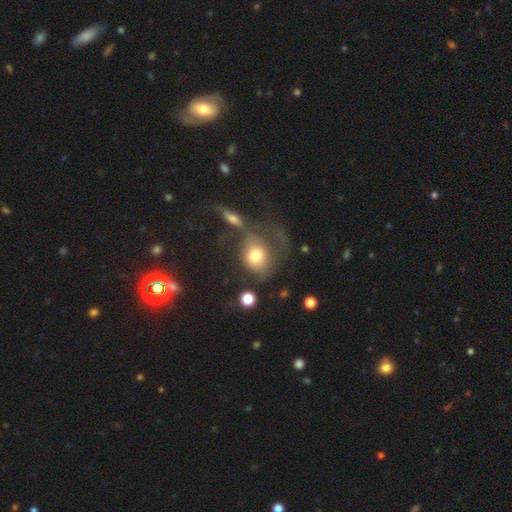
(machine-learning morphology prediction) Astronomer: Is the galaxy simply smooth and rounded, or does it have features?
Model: smooth — 68%.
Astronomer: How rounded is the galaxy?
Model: in between — 51% (runner-up: round, 47%).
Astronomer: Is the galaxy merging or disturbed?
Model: major disturbance — 33% (runner-up: none, 26%).